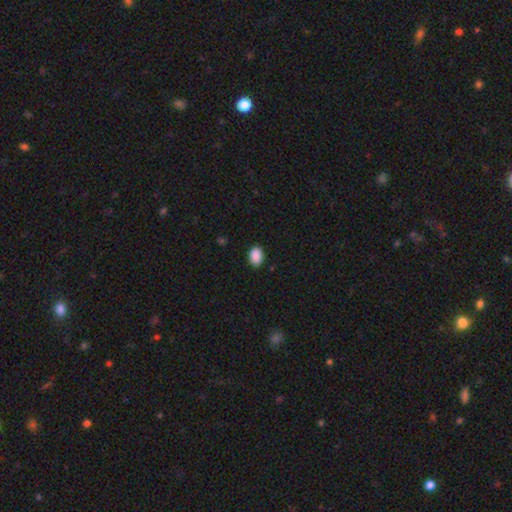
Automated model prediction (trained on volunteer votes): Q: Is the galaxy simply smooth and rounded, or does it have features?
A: smooth — 90%.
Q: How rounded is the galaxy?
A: in between — 78%.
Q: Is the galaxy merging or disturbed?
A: none — 89%.